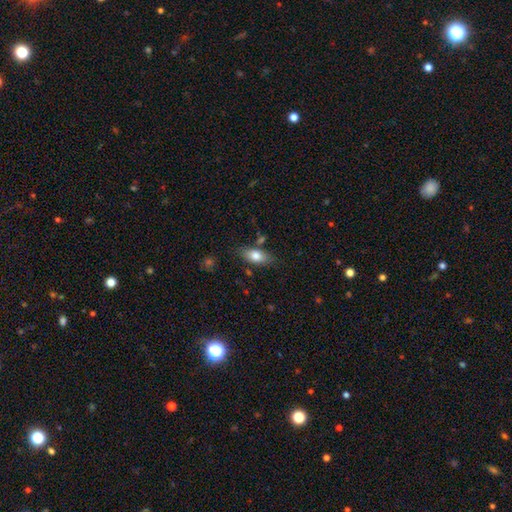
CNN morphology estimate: smooth 78%, featured or disk 15%, star or artifact 7%. Down the decision tree: how rounded — in between (85%); merging — none (75%).